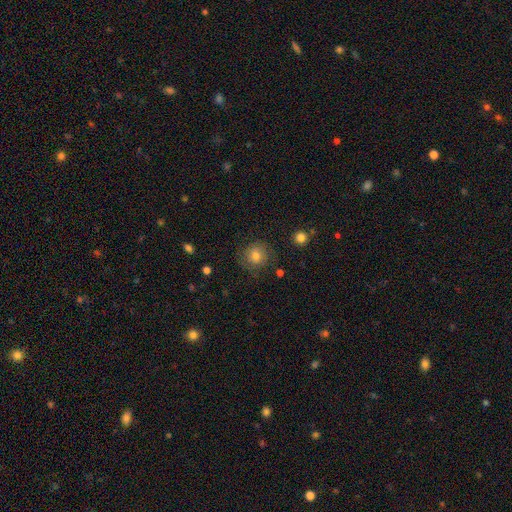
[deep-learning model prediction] Smooth or featured: smooth — 75% (featured or disk — 14%)
How rounded: round — 89% (in between — 10%)
Merging: none — 80% (minor disturbance — 13%)